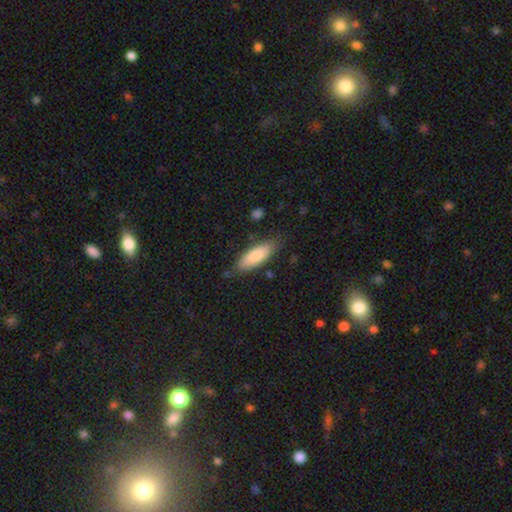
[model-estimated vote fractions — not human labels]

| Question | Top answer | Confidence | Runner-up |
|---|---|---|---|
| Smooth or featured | smooth | 82% | featured or disk (12%) |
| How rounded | in between | 65% | cigar-shaped (33%) |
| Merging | none | 77% | minor disturbance (17%) |